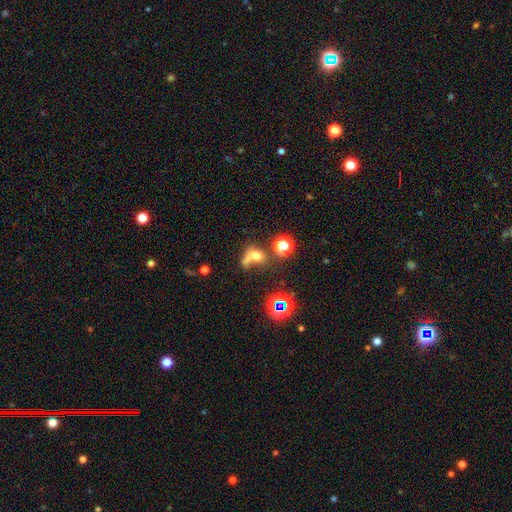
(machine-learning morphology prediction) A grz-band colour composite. It shows a smooth galaxy with no disk features (60%) that is round (54%). Merging: merger (37%).